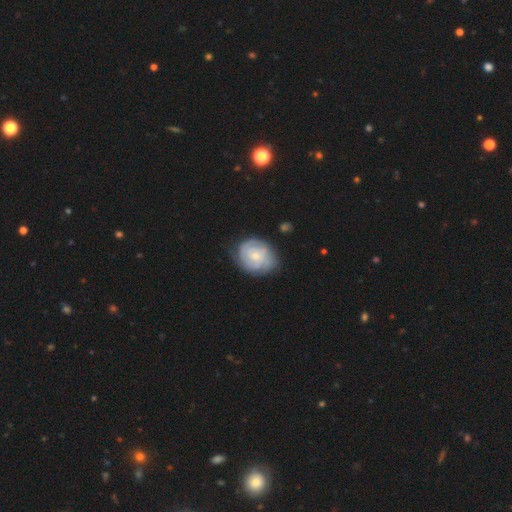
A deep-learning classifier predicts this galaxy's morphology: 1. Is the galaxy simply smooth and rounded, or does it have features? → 73% featured or disk, 21% smooth, 5% star or artifact.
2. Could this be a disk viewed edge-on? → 98% no, 2% yes.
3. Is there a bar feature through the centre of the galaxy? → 70% no, 26% weak, 4% strong.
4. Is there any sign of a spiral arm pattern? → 91% yes, 9% no.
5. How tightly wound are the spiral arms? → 70% tight, 23% medium, 6% loose.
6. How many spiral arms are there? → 41% can't tell, 25% 2, 17% 3, 7% 4, 5% 1, 4% more than 4.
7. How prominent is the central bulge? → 64% small, 29% moderate, 4% none, 2% large, 1% dominant.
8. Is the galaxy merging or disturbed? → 70% none, 21% minor disturbance, 7% major disturbance, 2% merger.